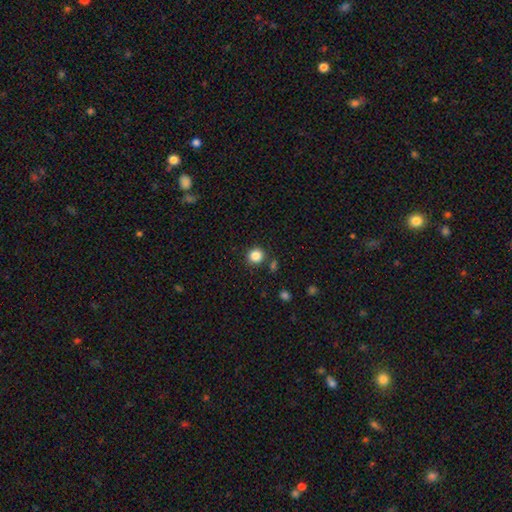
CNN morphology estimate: type=smooth (85%); roundness=round (91%); merging=none (86%).